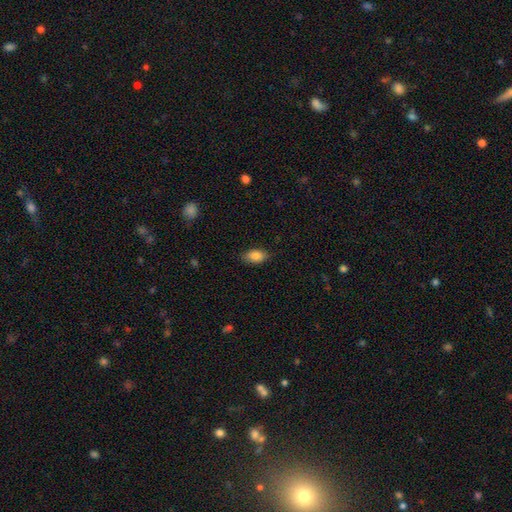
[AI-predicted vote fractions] The model was most divided on "merging": none: 82%, minor disturbance: 14%, major disturbance: 3%, merger: 1%. More confident: how rounded — in between (90%); smooth or featured — smooth (87%).